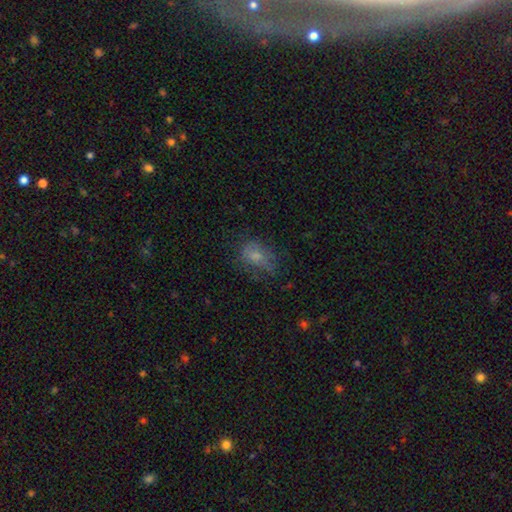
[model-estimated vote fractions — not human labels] Smooth or featured? smooth (67%)
How rounded? in between (71%)
Merging? none (52%)